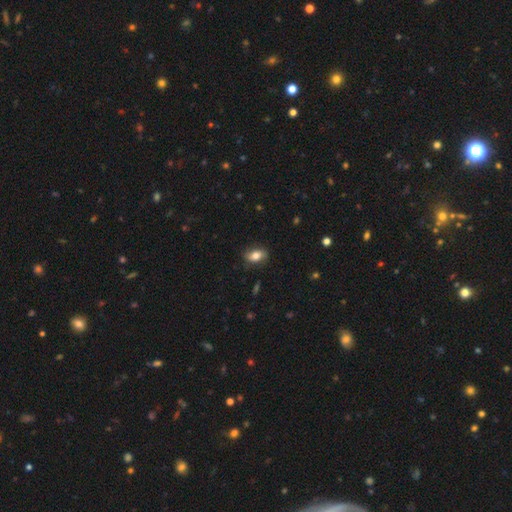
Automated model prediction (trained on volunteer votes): A smooth galaxy with no disk features (67%) that is in between round and cigar-shaped (82%).

Vote fractions:
- Smooth or featured? smooth: 67% / featured or disk: 24% / star or artifact: 8%
- How rounded? in between: 82% / round: 15% / cigar-shaped: 3%
- Merging? none: 78% / minor disturbance: 17% / major disturbance: 4% / merger: 1%